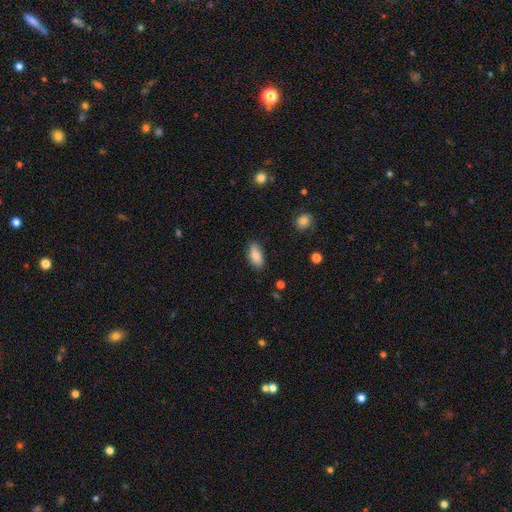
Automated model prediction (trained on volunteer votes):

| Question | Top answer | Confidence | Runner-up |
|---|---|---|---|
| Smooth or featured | smooth | 87% | star or artifact (7%) |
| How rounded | in between | 90% | cigar-shaped (7%) |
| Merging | none | 82% | minor disturbance (14%) |